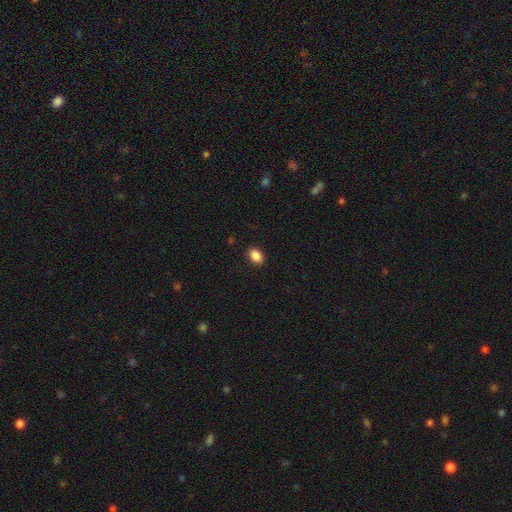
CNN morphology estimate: Smooth or featured?
  - smooth: 88% *
  - star or artifact: 8%
  - featured or disk: 3%
How rounded?
  - in between: 83% *
  - round: 16%
  - cigar-shaped: 1%
Merging?
  - none: 89% *
  - minor disturbance: 8%
  - major disturbance: 2%
  - merger: 1%